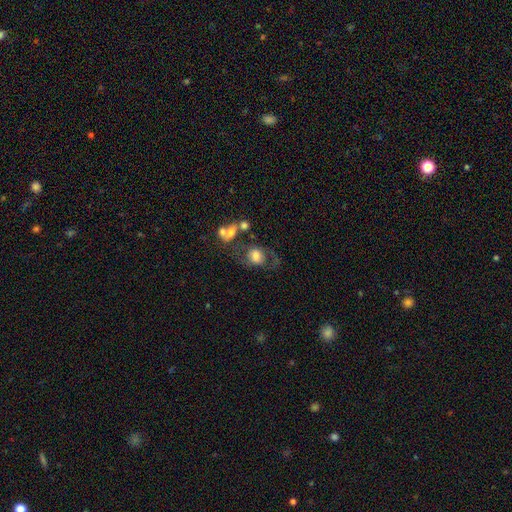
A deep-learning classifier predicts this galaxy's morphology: smooth 61%, featured or disk 29%, star or artifact 10%. Down the decision tree: how rounded — in between (52%); merging — none (39%).